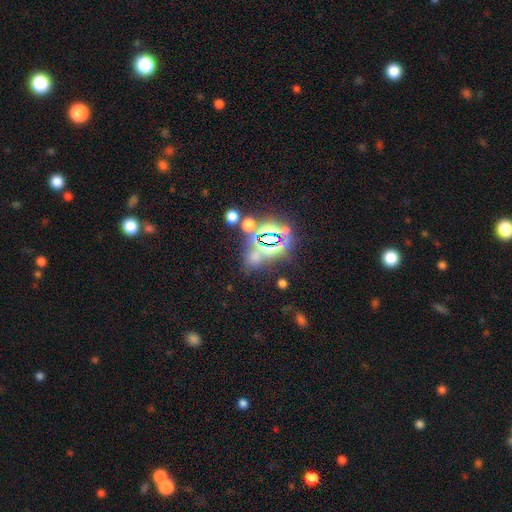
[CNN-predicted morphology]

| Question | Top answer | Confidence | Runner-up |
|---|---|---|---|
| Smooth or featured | star or artifact | 73% | smooth (18%) |